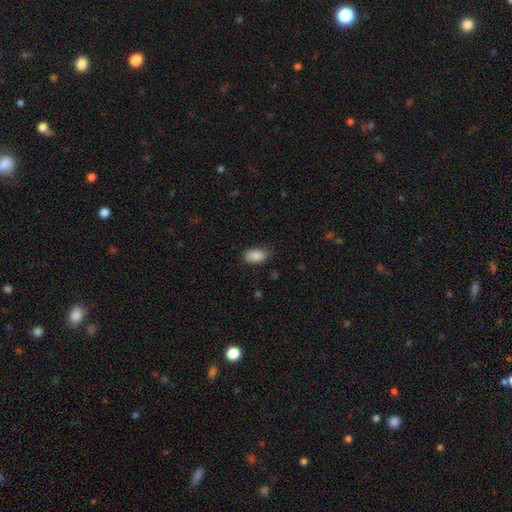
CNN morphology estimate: This is clearly a smooth galaxy (86%). How rounded: clearly in between (92%). Merging: likely none (76%).